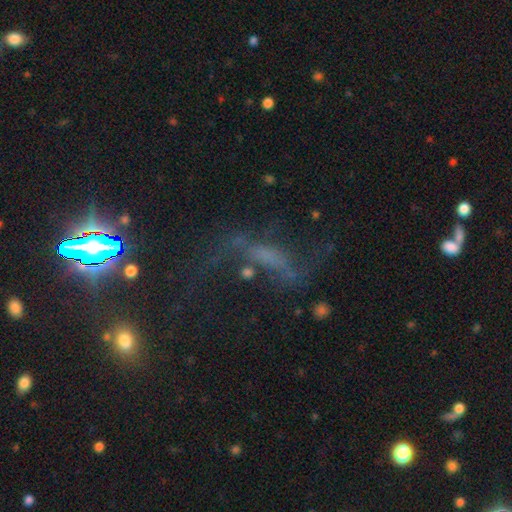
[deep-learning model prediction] Smooth or featured?
  - featured or disk: 46% *
  - star or artifact: 31%
  - smooth: 23%
Merging?
  - none: 42% *
  - major disturbance: 34%
  - minor disturbance: 18%
  - merger: 7%